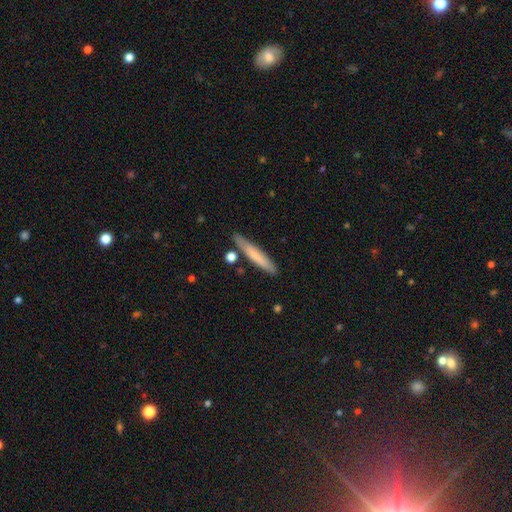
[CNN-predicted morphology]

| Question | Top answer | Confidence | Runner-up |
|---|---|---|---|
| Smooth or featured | smooth | 68% | featured or disk (26%) |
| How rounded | cigar-shaped | 93% | in between (6%) |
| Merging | none | 80% | minor disturbance (13%) |